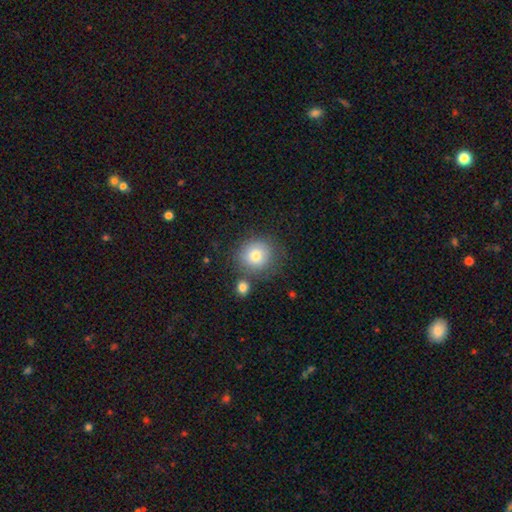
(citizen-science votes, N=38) Overall: smooth (71%). How rounded: round (93%). Merging: none (57%; minor disturbance 29%).